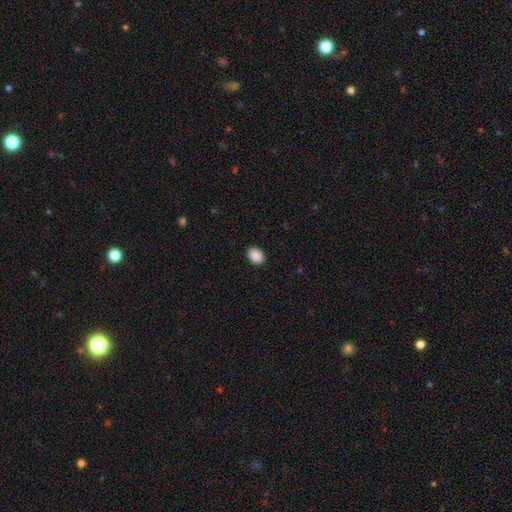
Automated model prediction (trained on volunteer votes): smooth 90%, star or artifact 8%, featured or disk 2%. Down the decision tree: how rounded — in between (70%); merging — none (91%).